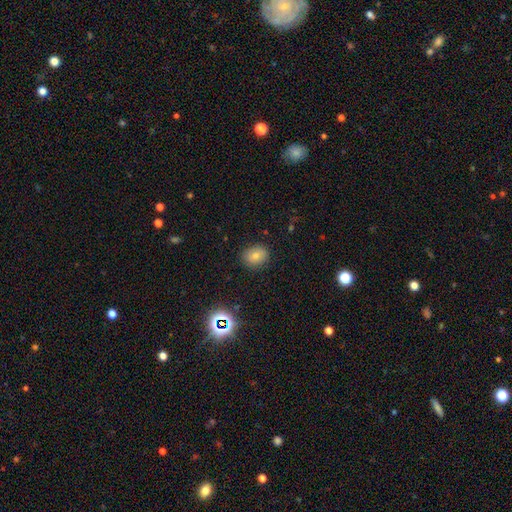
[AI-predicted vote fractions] A smooth galaxy with no disk features (73%) that is round (56%).

Vote fractions:
- Smooth or featured? smooth: 73% / star or artifact: 14% / featured or disk: 13%
- How rounded? round: 56% / in between: 43% / cigar-shaped: 1%
- Merging? none: 87% / minor disturbance: 10% / major disturbance: 3% / merger: 1%